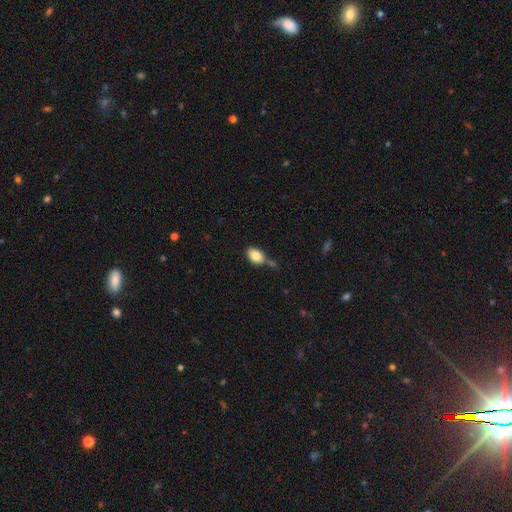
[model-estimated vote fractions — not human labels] smooth-or-featured: smooth: 84% | featured or disk: 9% | star or artifact: 7%
  how-rounded: in between: 86% | round: 13% | cigar-shaped: 1%
  merging: none: 61% | minor disturbance: 18% | merger: 17% | major disturbance: 5%